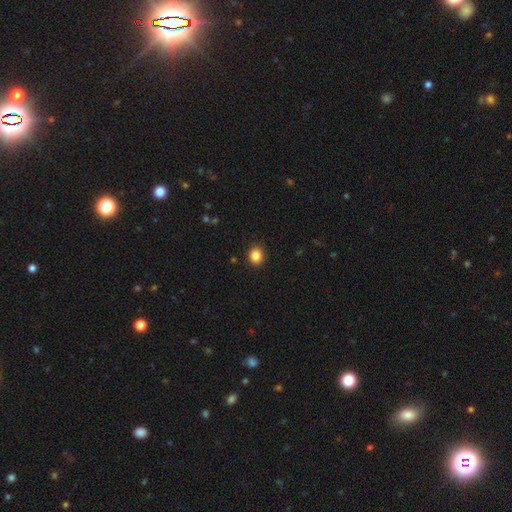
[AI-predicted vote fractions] Q: Smooth or featured?
A: smooth (86%); runner-up: star or artifact (10%)
Q: How rounded?
A: round (73%); runner-up: in between (26%)
Q: Merging?
A: none (91%); runner-up: minor disturbance (6%)